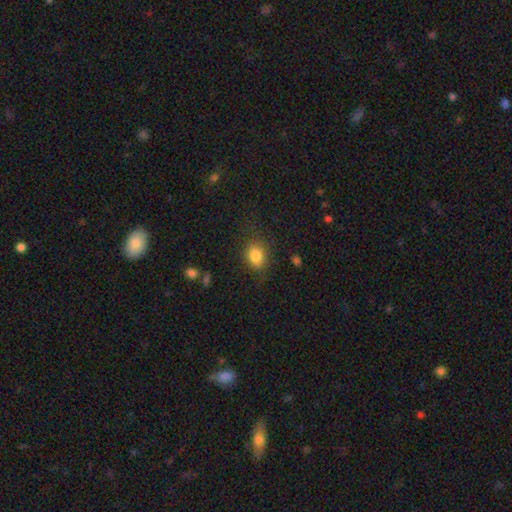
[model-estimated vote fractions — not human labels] Morphology: type=smooth (84%); roundness=in between (63%); merging=none (75%).